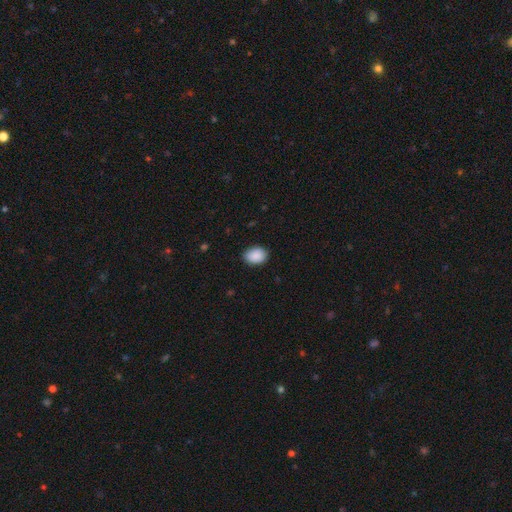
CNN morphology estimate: This appears to be a smooth galaxy with no disk features (90%) that is in between round and cigar-shaped (72%). Merging: none (83%).